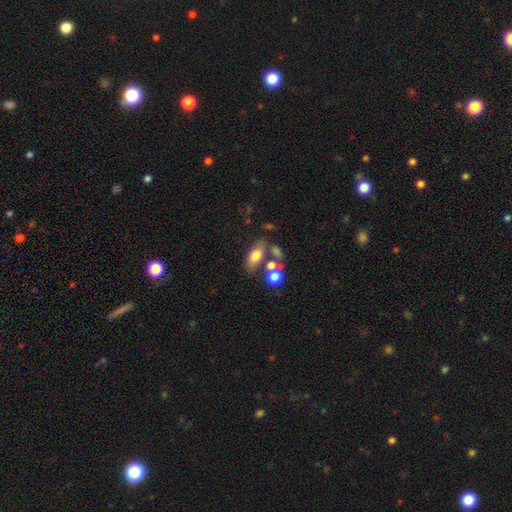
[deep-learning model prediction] Smooth or featured? Predicted: smooth (p=0.70). How rounded? Predicted: in between (p=0.83). Merging? Predicted: none (p=0.48).